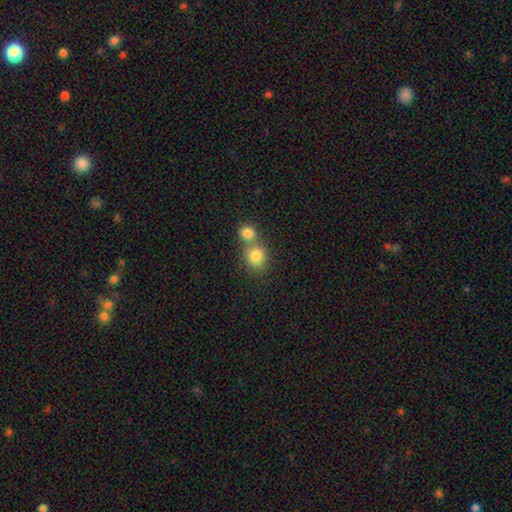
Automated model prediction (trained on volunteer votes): A smooth galaxy with no disk features (81%) that is round (78%).

Vote fractions:
- Smooth or featured? smooth: 81% / star or artifact: 11% / featured or disk: 8%
- How rounded? round: 78% / in between: 21% / cigar-shaped: 1%
- Merging? merger: 51% / none: 40% / minor disturbance: 6% / major disturbance: 3%